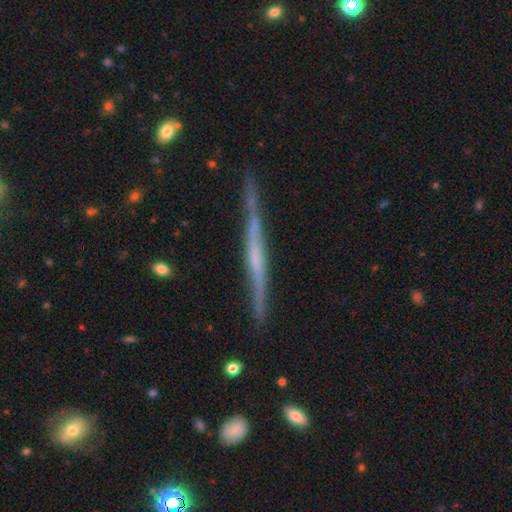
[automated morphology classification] Smooth or featured? featured or disk (73%)
Edge-on disk? yes (98%)
Edge-on bulge? none (60%)
Merging? none (85%)